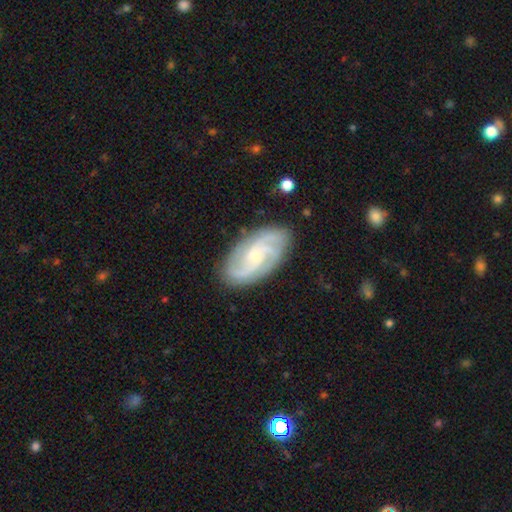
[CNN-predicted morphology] Q: Smooth or featured?
A: featured or disk (87%); runner-up: smooth (8%)
Q: Edge-on disk?
A: no (97%); runner-up: yes (3%)
Q: Bar?
A: no (57%); runner-up: weak (36%)
Q: Spiral arms?
A: yes (98%); runner-up: no (2%)
Q: Spiral winding?
A: medium (46%); runner-up: tight (40%)
Q: Spiral arm count?
A: 3 (39%); runner-up: 2 (28%)
Q: Bulge size?
A: small (70%); runner-up: moderate (25%)
Q: Merging?
A: none (82%); runner-up: minor disturbance (13%)